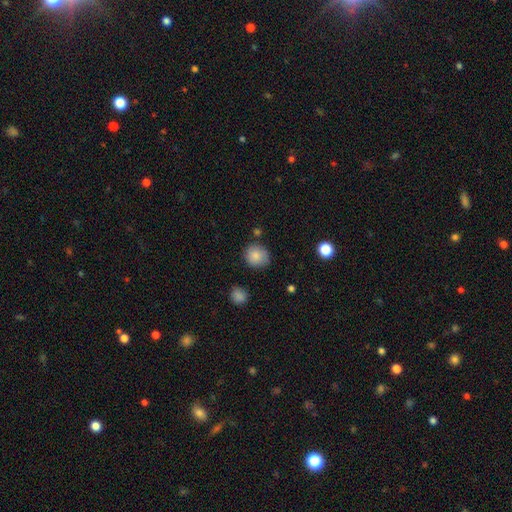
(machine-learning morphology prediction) Q: Smooth or featured?
A: smooth (85%); runner-up: star or artifact (9%)
Q: How rounded?
A: round (85%); runner-up: in between (14%)
Q: Merging?
A: none (76%); runner-up: minor disturbance (17%)